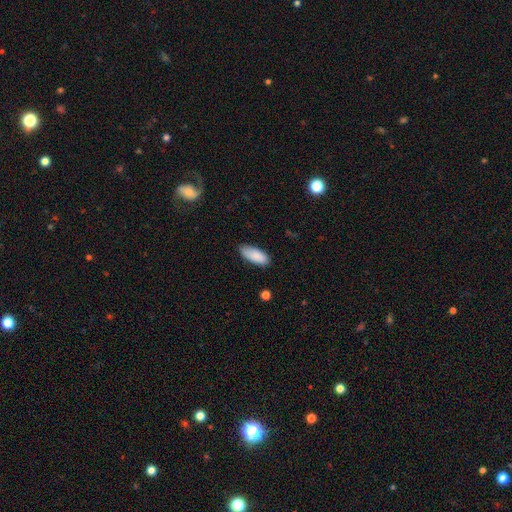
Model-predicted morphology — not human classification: Overall: smooth (89%). How rounded: in between (83%). Merging: none (79%).